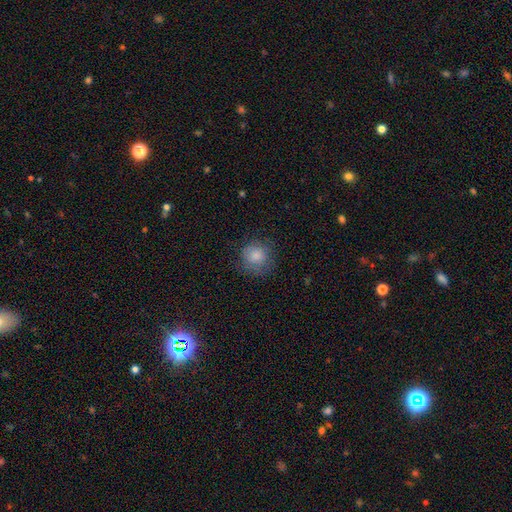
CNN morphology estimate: Smooth or featured?
  - smooth: 82% *
  - featured or disk: 10%
  - star or artifact: 8%
How rounded?
  - round: 90% *
  - in between: 9%
  - cigar-shaped: 1%
Merging?
  - none: 73% *
  - minor disturbance: 18%
  - major disturbance: 8%
  - merger: 1%